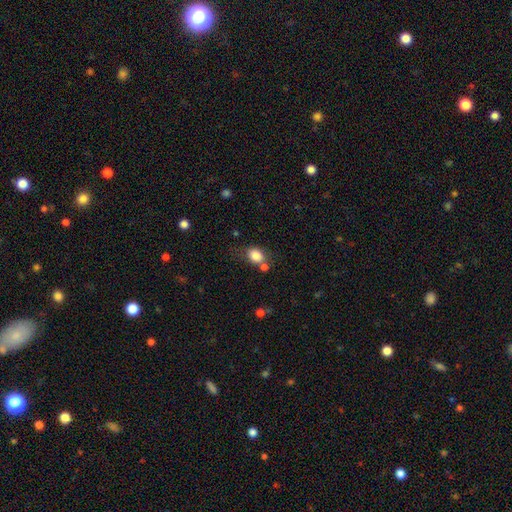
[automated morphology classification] smooth_or_featured: smooth (p=0.84) [alt: star or artifact p=0.10]
how_rounded: in between (p=0.56) [alt: round p=0.42]
merging: none (p=0.56) [alt: merger p=0.19]